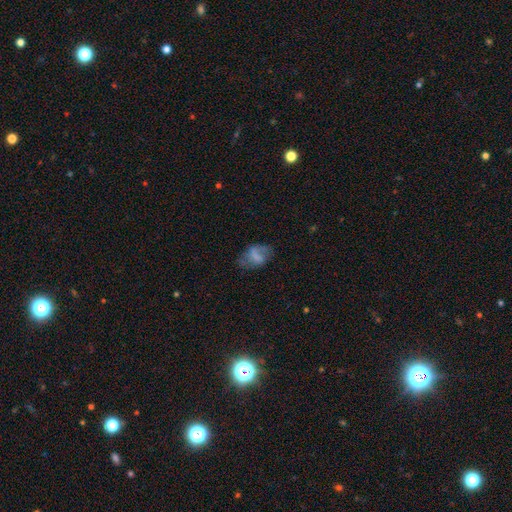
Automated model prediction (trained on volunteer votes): Q: Smooth or featured?
A: smooth (51%); runner-up: featured or disk (37%)
Q: How rounded?
A: in between (82%); runner-up: round (15%)
Q: Merging?
A: none (46%); runner-up: minor disturbance (27%)